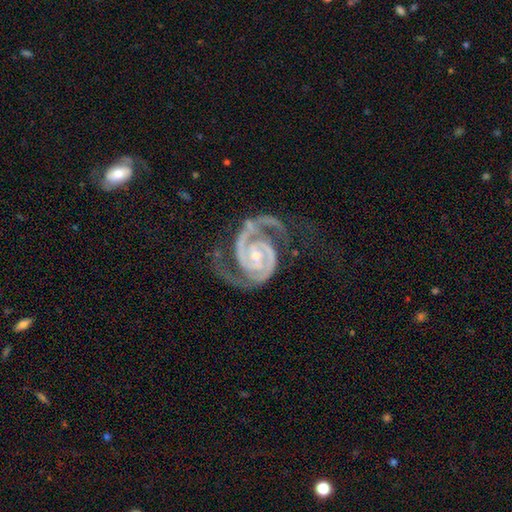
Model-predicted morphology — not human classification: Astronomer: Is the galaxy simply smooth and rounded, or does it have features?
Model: featured or disk — 94%.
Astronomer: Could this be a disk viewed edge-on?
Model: no — 98%.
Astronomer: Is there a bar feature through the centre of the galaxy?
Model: no — 49% (runner-up: weak, 34%).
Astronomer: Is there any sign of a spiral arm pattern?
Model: yes — 99%.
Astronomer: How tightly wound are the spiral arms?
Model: tight — 58% (runner-up: medium, 37%).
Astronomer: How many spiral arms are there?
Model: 2 — 91%.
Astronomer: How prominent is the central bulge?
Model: small — 63%.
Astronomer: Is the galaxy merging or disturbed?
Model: none — 63%.